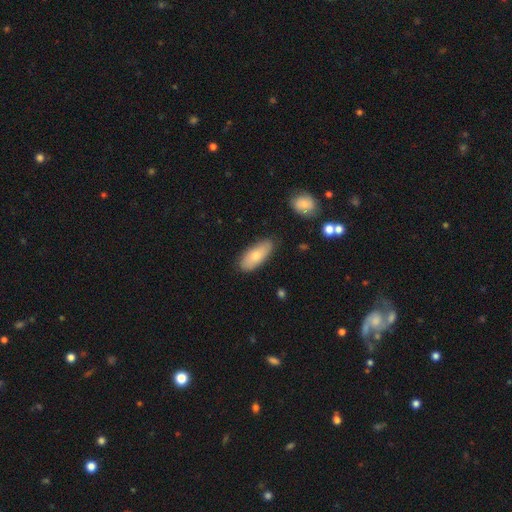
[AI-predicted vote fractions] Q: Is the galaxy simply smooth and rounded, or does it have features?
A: smooth — 72%.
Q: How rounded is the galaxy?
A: in between — 82%.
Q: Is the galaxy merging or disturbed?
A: none — 83%.